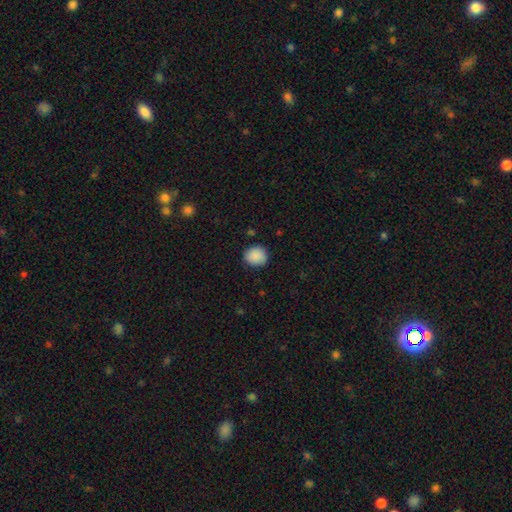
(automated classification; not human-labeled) Smooth or featured? Predicted: smooth (p=0.89). How rounded? Predicted: round (p=0.82). Merging? Predicted: none (p=0.86).